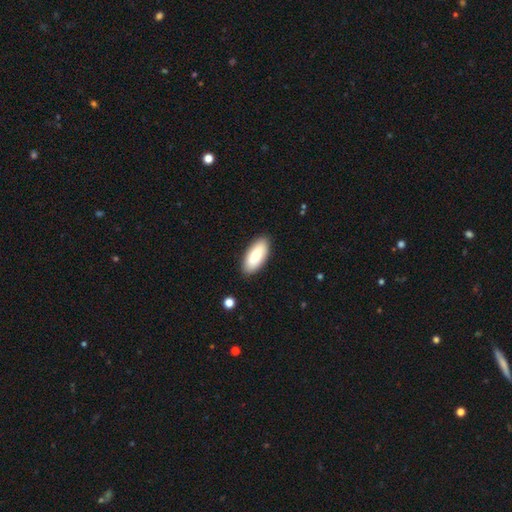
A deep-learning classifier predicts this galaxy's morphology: Smooth or featured?
  - smooth: 79% *
  - featured or disk: 16%
  - star or artifact: 6%
How rounded?
  - in between: 86% *
  - cigar-shaped: 12%
  - round: 2%
Merging?
  - none: 88% *
  - minor disturbance: 9%
  - major disturbance: 2%
  - merger: 1%